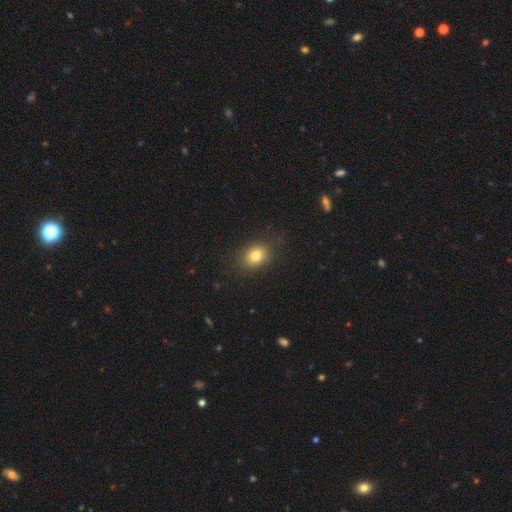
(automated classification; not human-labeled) Smooth or featured? smooth (80%)
How rounded? in between (55%)
Merging? none (86%)